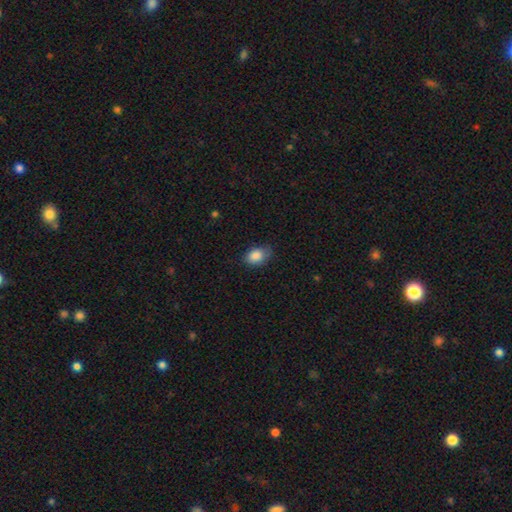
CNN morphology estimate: smooth 87%, star or artifact 8%, featured or disk 5%. Down the decision tree: how rounded — in between (78%); merging — none (70%).